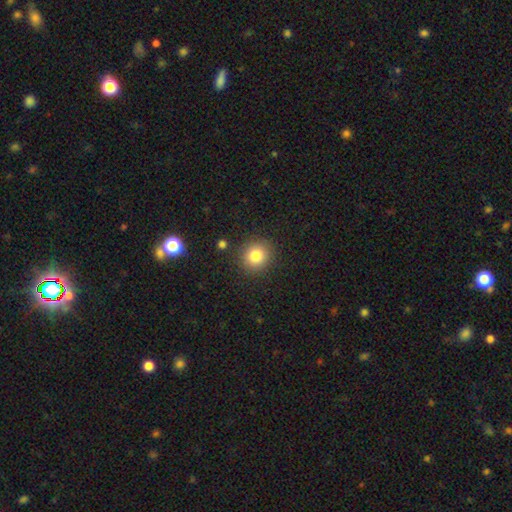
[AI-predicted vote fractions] A smooth galaxy with no disk features (82%) that is round (86%).

Vote fractions:
- Smooth or featured? smooth: 82% / star or artifact: 11% / featured or disk: 7%
- How rounded? round: 86% / in between: 13% / cigar-shaped: 1%
- Merging? none: 88% / minor disturbance: 8% / major disturbance: 3% / merger: 2%